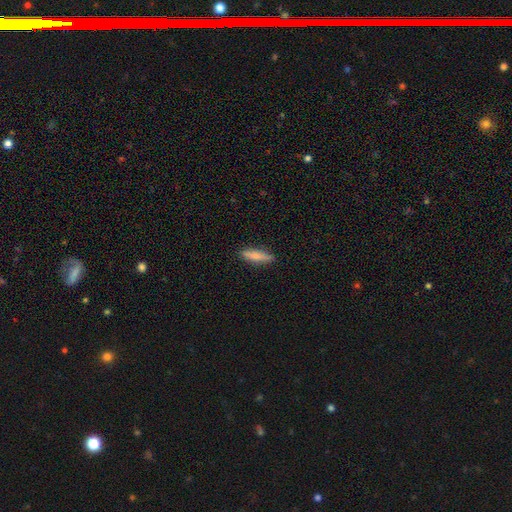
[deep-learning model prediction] Smooth or featured? Predicted: smooth (p=0.75). How rounded? Predicted: cigar-shaped (p=0.80). Merging? Predicted: none (p=0.87).